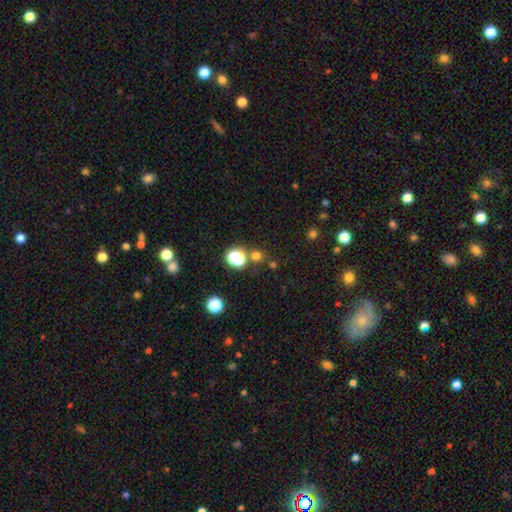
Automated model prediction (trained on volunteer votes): Smooth or featured? star or artifact (54%)